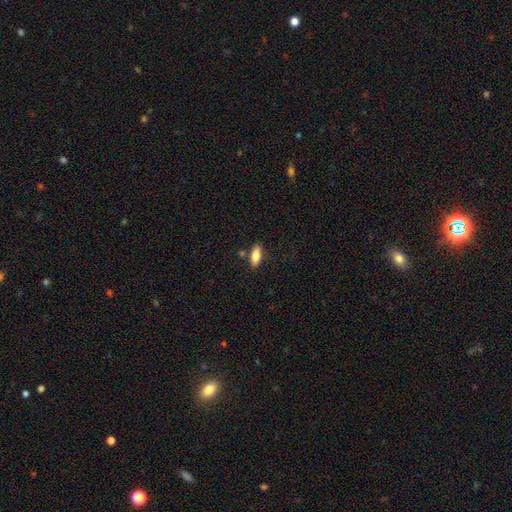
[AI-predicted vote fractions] Morphology: type=smooth (80%); roundness=in between (78%); merging=none (81%).